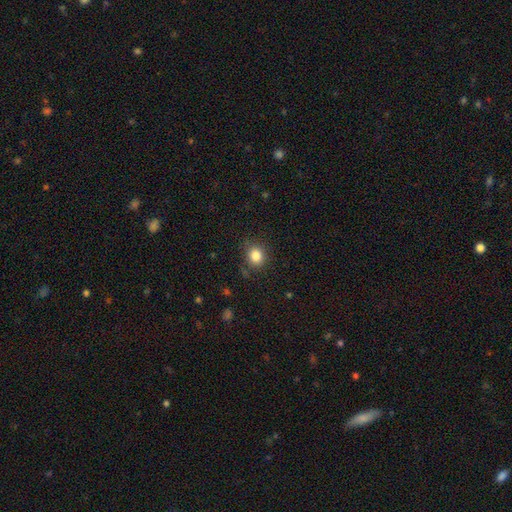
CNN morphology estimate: Smooth or featured? smooth (84%)
How rounded? round (78%)
Merging? none (83%)